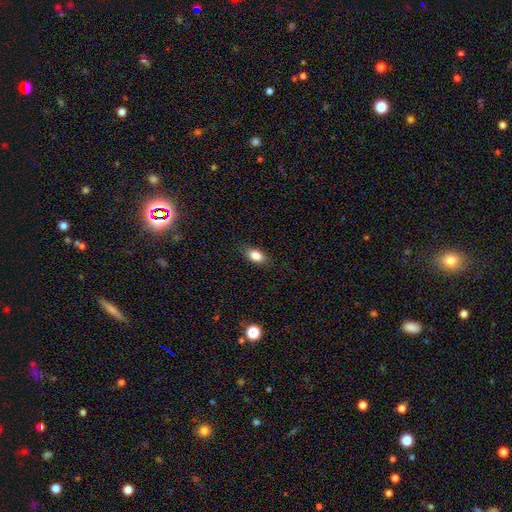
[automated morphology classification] This is clearly a smooth galaxy (83%). How rounded: clearly in between (87%). Merging: clearly none (84%).